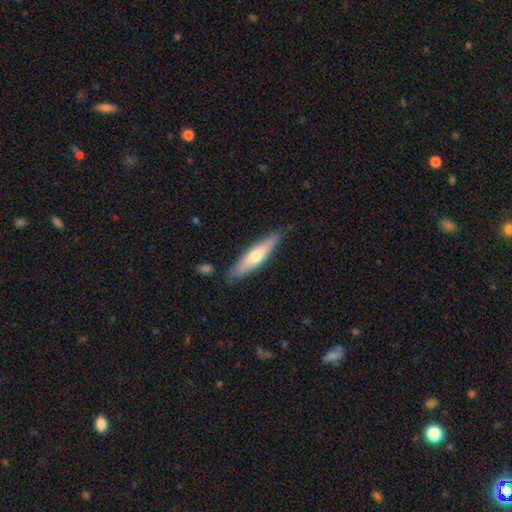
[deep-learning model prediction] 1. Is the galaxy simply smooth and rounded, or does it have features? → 54% smooth, 41% featured or disk, 5% star or artifact.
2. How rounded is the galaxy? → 78% cigar-shaped, 21% in between, 1% round.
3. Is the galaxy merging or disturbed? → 82% none, 14% minor disturbance, 2% major disturbance, 2% merger.